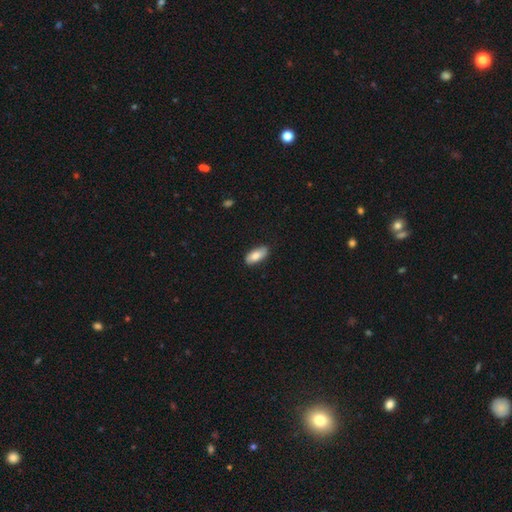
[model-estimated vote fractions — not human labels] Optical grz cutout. It shows a smooth galaxy with no disk features (80%) that is in between round and cigar-shaped (87%). Merging: none (84%).